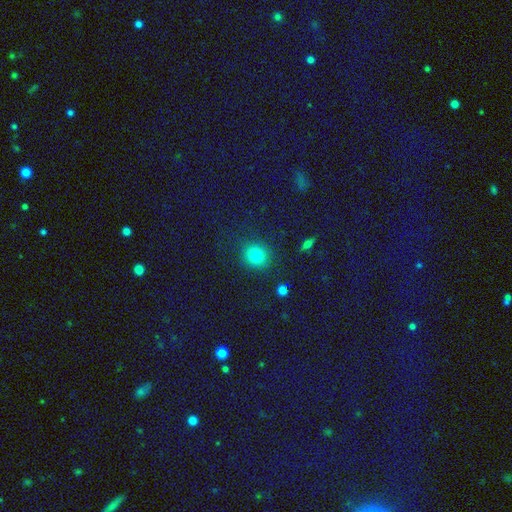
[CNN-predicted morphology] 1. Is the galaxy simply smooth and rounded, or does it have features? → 79% smooth, 15% star or artifact, 6% featured or disk.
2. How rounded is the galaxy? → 82% round, 16% in between, 1% cigar-shaped.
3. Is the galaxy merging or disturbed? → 87% none, 8% minor disturbance, 3% major disturbance, 2% merger.